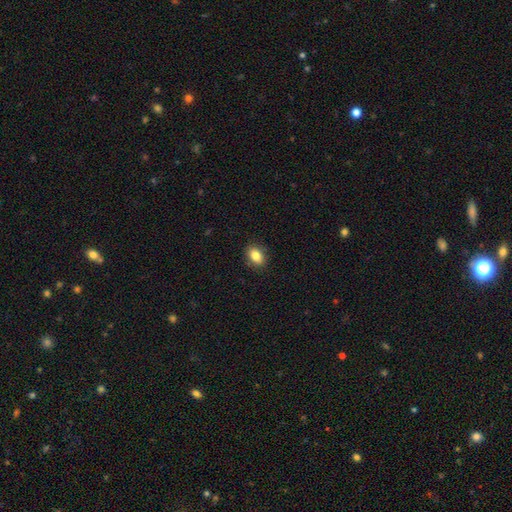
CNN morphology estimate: Smooth or featured?
  - smooth: 85% *
  - star or artifact: 8%
  - featured or disk: 7%
How rounded?
  - in between: 83% *
  - round: 16%
  - cigar-shaped: 1%
Merging?
  - none: 88% *
  - minor disturbance: 9%
  - major disturbance: 2%
  - merger: 1%